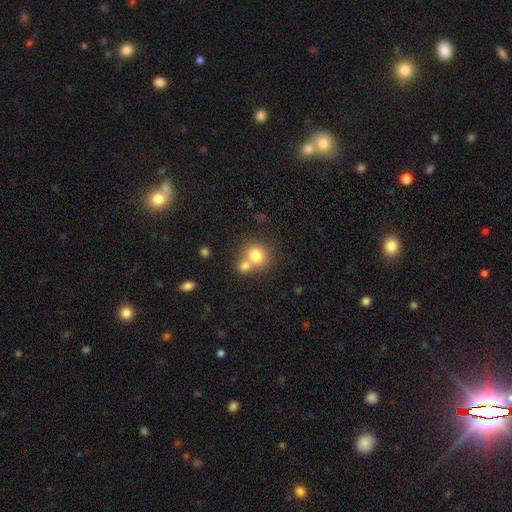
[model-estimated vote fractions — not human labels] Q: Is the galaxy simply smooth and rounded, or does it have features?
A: smooth — 78%.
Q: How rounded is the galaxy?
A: round — 80%.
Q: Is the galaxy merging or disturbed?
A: merger — 46%.